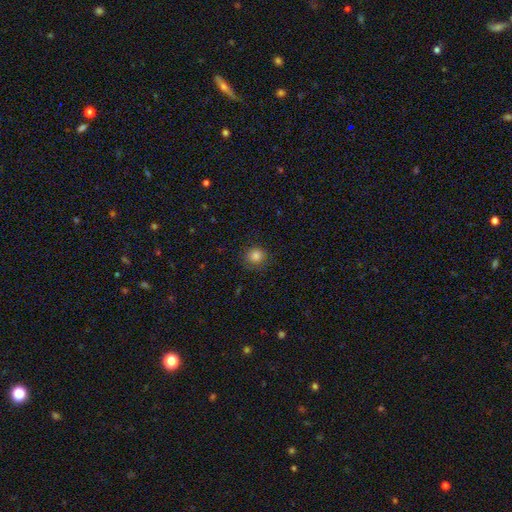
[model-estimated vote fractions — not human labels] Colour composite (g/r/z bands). It shows a smooth galaxy with no disk features (85%) that is round (85%). Merging: none (82%).